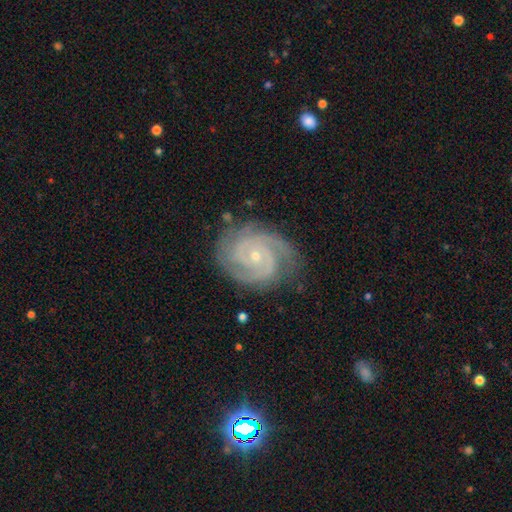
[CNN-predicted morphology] featured or disk 91%, star or artifact 5%, smooth 4%. Down the decision tree: edge-on disk — no (98%); bar — no (70%); spiral arms — yes (98%); spiral arm count — 2 (50%); spiral winding — tight (69%); bulge size — small (77%); merging — none (78%).